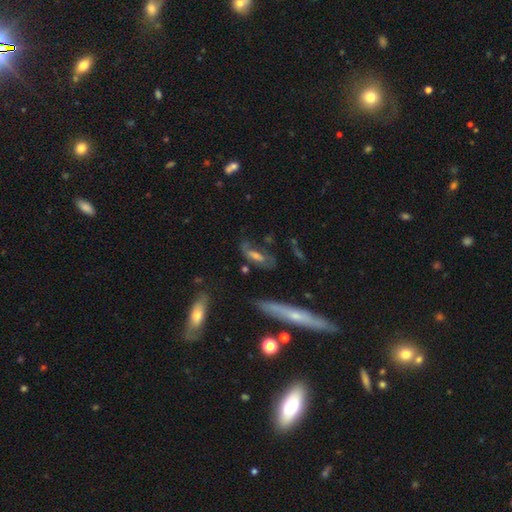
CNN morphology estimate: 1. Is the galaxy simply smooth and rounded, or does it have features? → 47% featured or disk, 39% smooth, 14% star or artifact.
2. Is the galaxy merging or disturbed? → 60% none, 22% minor disturbance, 13% major disturbance, 6% merger.